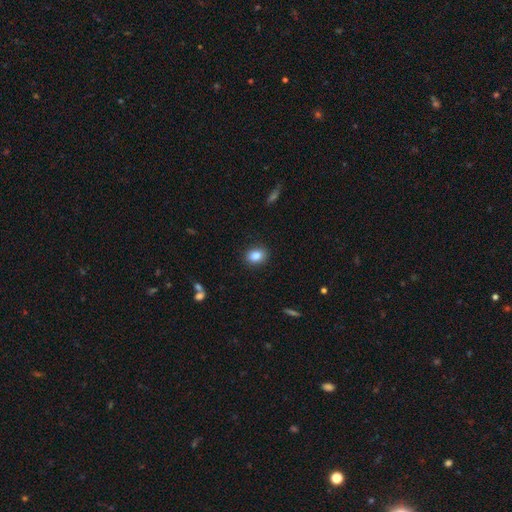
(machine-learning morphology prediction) smooth 87%, star or artifact 9%, featured or disk 5%. Down the decision tree: how rounded — in between (68%); merging — none (88%).